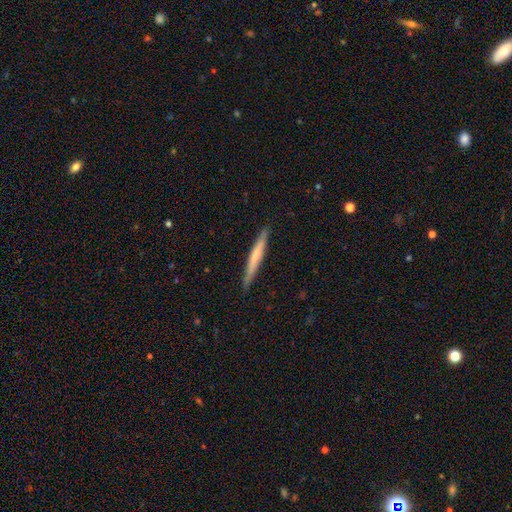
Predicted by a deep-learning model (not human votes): smooth_or_featured: smooth (p=0.49) [alt: featured or disk p=0.46]
merging: none (p=0.89) [alt: minor disturbance p=0.09]